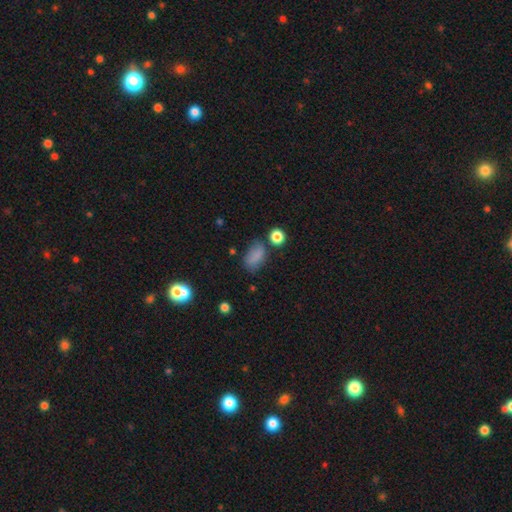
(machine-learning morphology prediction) The model was most divided on "merging": none: 54%, minor disturbance: 28%, major disturbance: 11%, merger: 6%. More confident: how rounded — in between (85%); smooth or featured — smooth (79%).